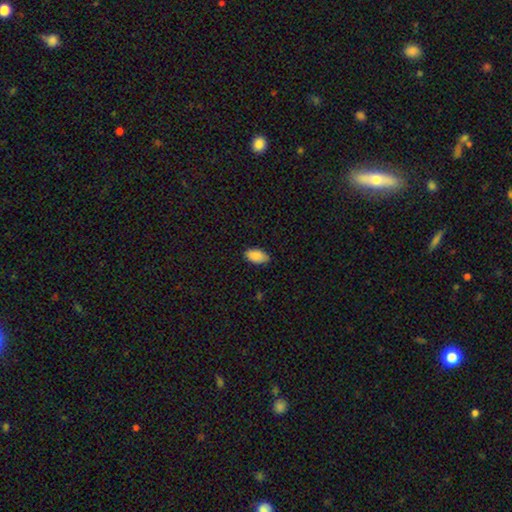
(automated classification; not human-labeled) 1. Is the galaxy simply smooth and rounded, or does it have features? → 89% smooth, 7% star or artifact, 5% featured or disk.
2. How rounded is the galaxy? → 94% in between, 3% round, 2% cigar-shaped.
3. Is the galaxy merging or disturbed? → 83% none, 13% minor disturbance, 2% major disturbance, 1% merger.